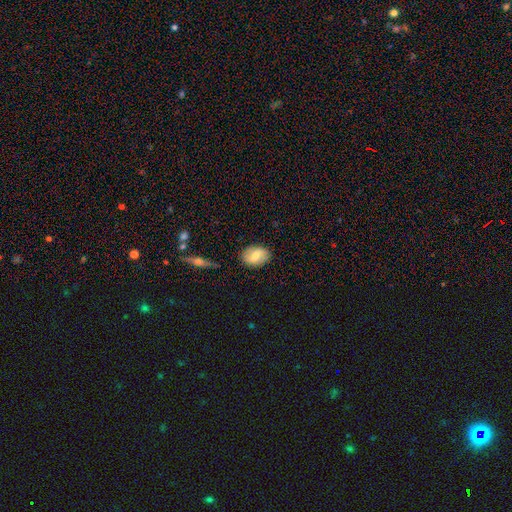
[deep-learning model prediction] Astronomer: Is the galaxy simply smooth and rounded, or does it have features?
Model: smooth — 63%.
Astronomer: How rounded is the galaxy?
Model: in between — 76%.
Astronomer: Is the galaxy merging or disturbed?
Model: none — 85%.